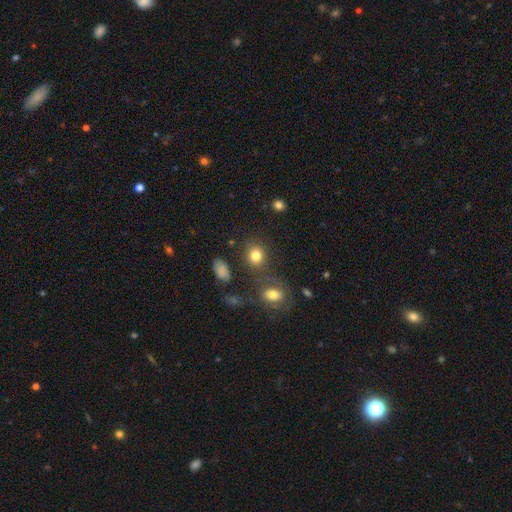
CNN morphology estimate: Smooth or featured? Predicted: smooth (p=0.81). How rounded? Predicted: round (p=0.73). Merging? Predicted: none (p=0.72).